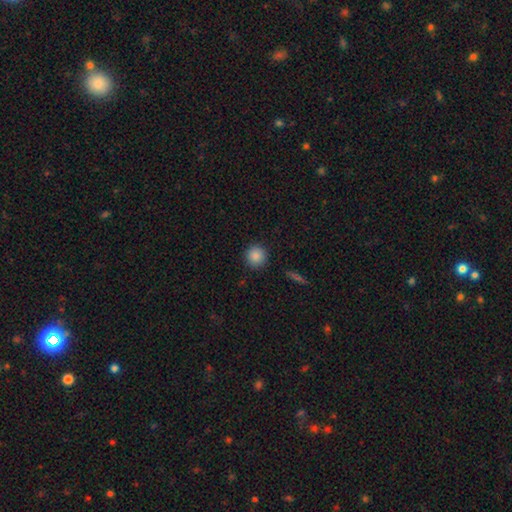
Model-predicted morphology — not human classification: A smooth galaxy with no disk features (86%) that is round (94%). Merging: none (91%).